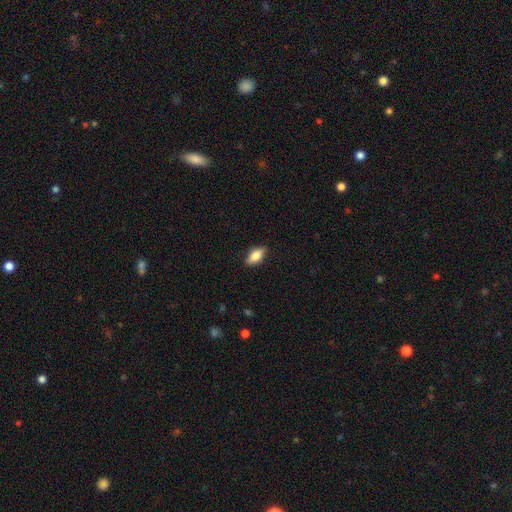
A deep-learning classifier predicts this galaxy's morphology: Overall: smooth (75%). How rounded: in between (84%). Merging: none (86%).